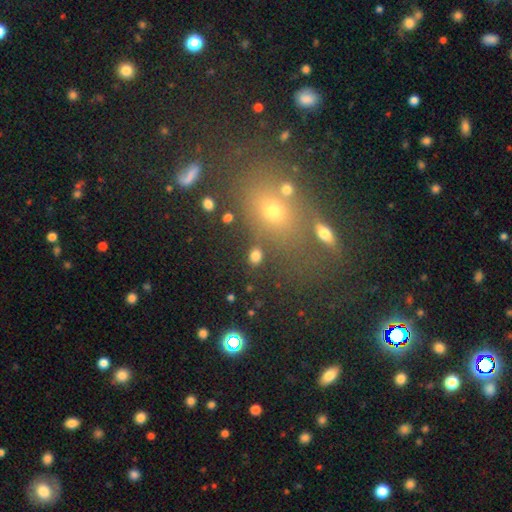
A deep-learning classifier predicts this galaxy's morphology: Smooth or featured? Predicted: smooth (p=0.80). How rounded? Predicted: in between (p=0.56). Merging? Predicted: none (p=0.80).